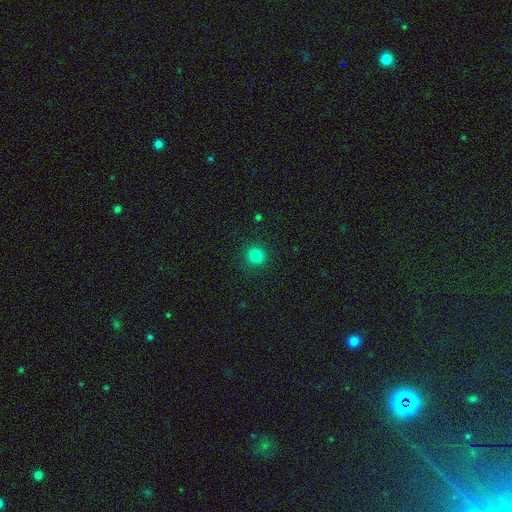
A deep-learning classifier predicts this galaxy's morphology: type=smooth (82%); roundness=round (94%); merging=none (91%).